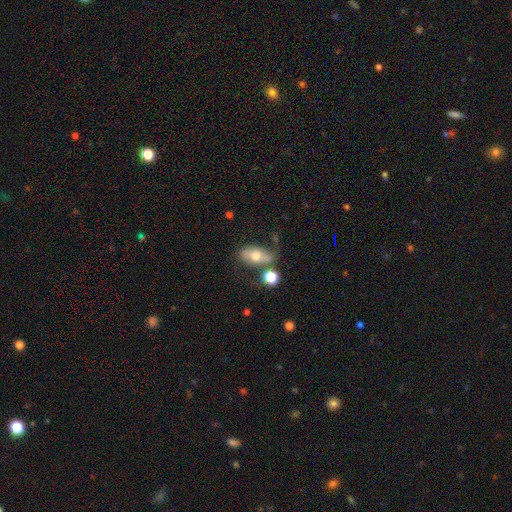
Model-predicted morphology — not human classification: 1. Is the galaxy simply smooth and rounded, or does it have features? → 56% smooth, 35% featured or disk, 9% star or artifact.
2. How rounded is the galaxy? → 85% in between, 9% round, 6% cigar-shaped.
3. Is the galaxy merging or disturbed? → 56% none, 20% minor disturbance, 13% merger, 11% major disturbance.